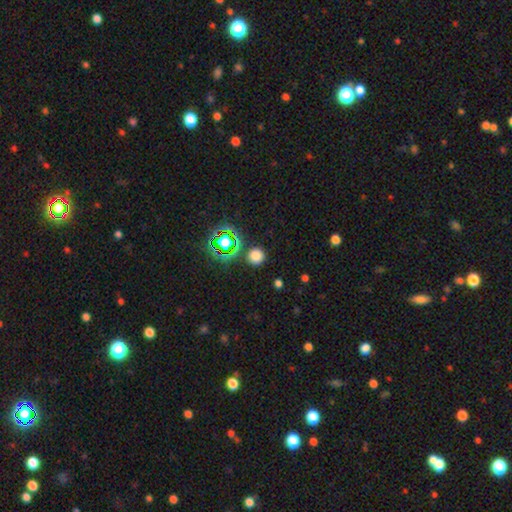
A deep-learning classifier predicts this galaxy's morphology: type=smooth (72%); roundness=round (94%); merging=none (87%).